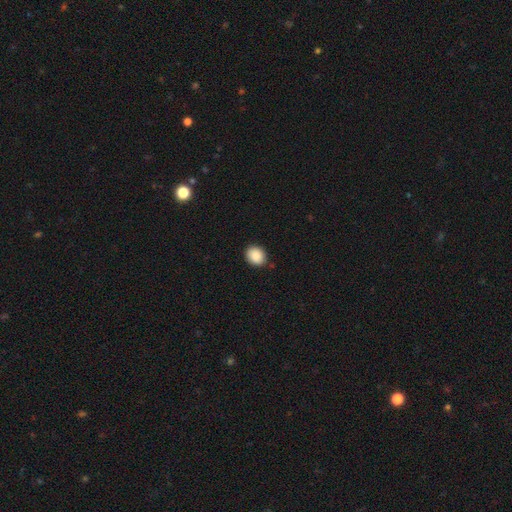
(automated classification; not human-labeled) smooth_or_featured: smooth (p=0.89) [alt: star or artifact p=0.08]
how_rounded: round (p=0.58) [alt: in between p=0.42]
merging: none (p=0.87) [alt: minor disturbance p=0.09]